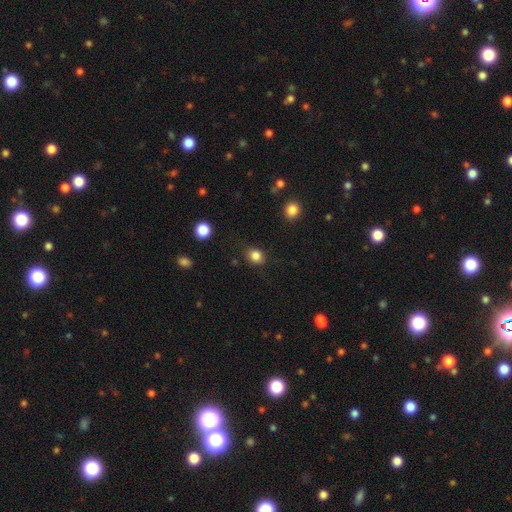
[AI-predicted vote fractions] smooth-or-featured: smooth: 85% | star or artifact: 11% | featured or disk: 4%
  how-rounded: round: 70% | in between: 29% | cigar-shaped: 1%
  merging: none: 84% | minor disturbance: 11% | major disturbance: 3% | merger: 2%